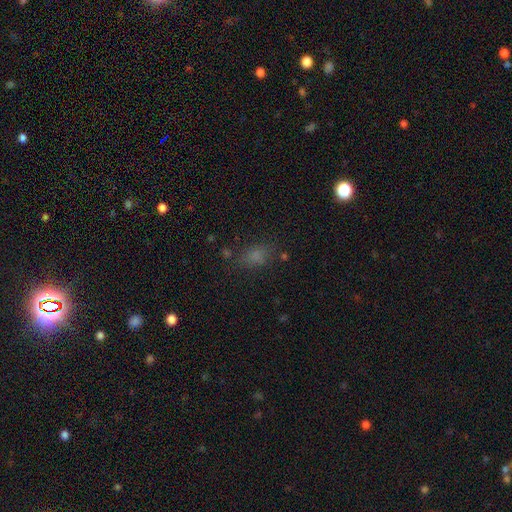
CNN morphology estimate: This appears to be a smooth galaxy with no disk features (72%) that is in between round and cigar-shaped (70%). Merging: none (73%).